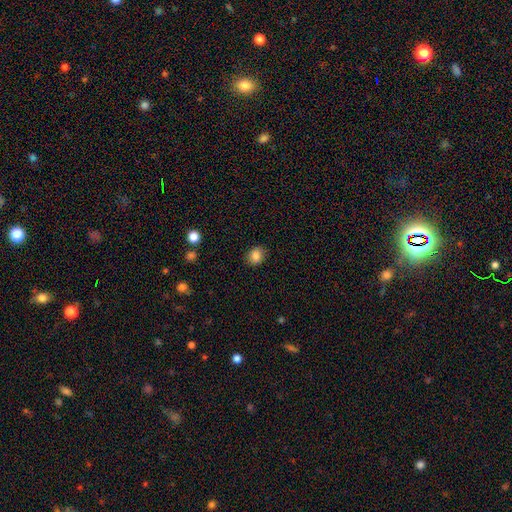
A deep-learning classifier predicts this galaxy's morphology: smooth-or-featured: smooth: 84% | star or artifact: 10% | featured or disk: 6%
  how-rounded: round: 59% | in between: 40% | cigar-shaped: 1%
  merging: none: 87% | minor disturbance: 10% | major disturbance: 2% | merger: 1%